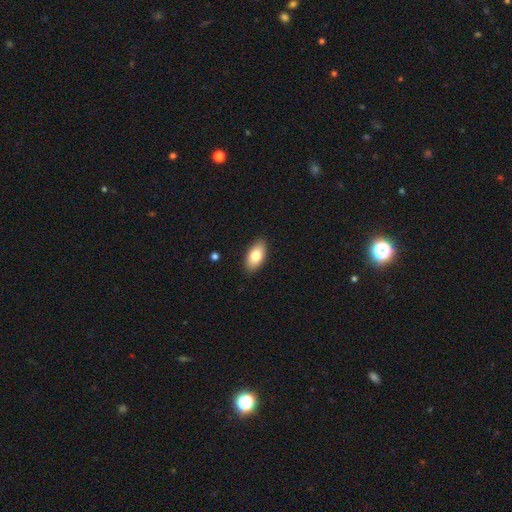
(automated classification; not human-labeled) smooth-or-featured: smooth: 80% | featured or disk: 14% | star or artifact: 7%
  how-rounded: in between: 92% | cigar-shaped: 5% | round: 3%
  merging: none: 89% | minor disturbance: 8% | major disturbance: 2% | merger: 1%